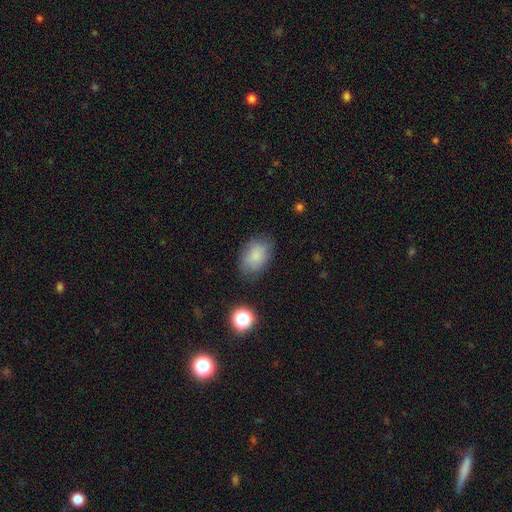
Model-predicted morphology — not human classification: This is clearly a smooth galaxy (81%). How rounded: clearly in between (81%). Merging: likely none (75%).